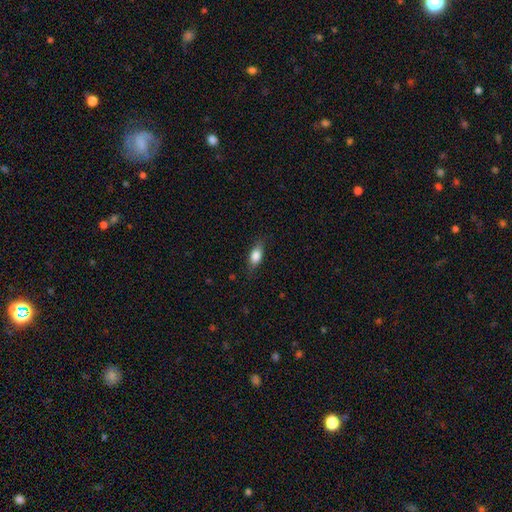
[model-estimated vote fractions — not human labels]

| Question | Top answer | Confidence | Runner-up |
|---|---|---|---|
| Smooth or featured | smooth | 79% | featured or disk (14%) |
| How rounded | in between | 80% | cigar-shaped (14%) |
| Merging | none | 79% | minor disturbance (16%) |